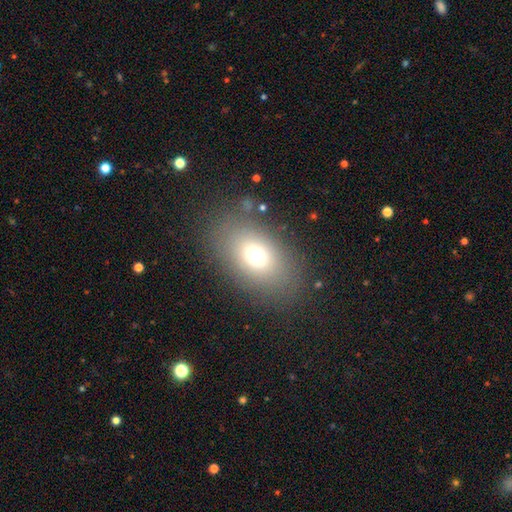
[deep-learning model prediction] This appears to be a smooth galaxy with no disk features (71%) that is in between round and cigar-shaped (85%). Merging: none (82%).